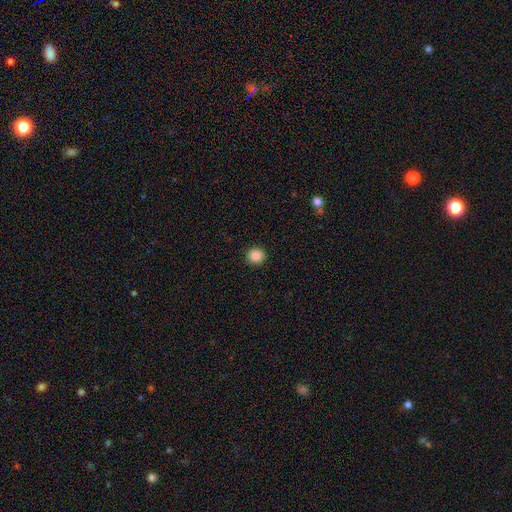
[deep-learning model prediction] This is clearly a smooth galaxy (88%). How rounded: clearly round (94%). Merging: clearly none (92%).